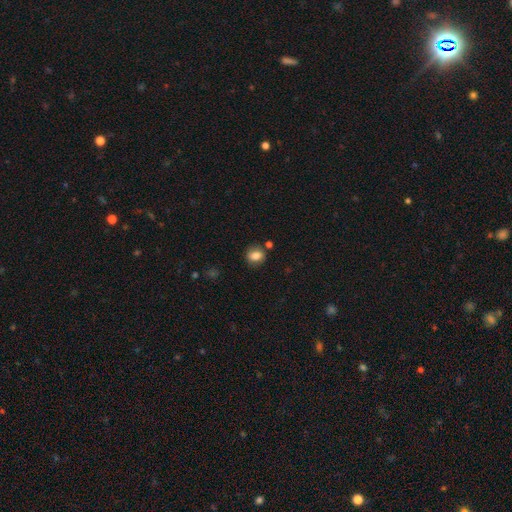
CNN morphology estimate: A smooth galaxy with no disk features (80%) that is round (56%). Merging: none (77%).